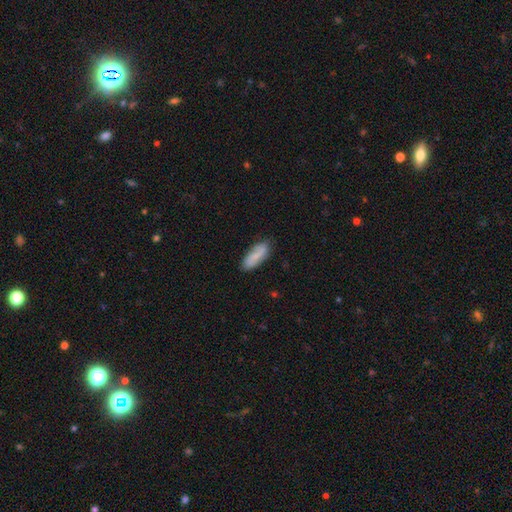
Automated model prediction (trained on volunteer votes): smooth-or-featured: smooth: 66% | featured or disk: 28% | star or artifact: 7%
  how-rounded: in between: 70% | cigar-shaped: 28% | round: 2%
  merging: none: 81% | minor disturbance: 15% | major disturbance: 3% | merger: 2%